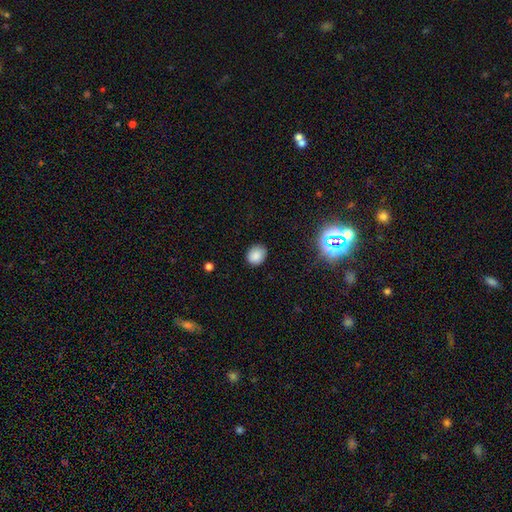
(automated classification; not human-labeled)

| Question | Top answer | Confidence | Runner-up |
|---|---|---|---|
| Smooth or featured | smooth | 84% | star or artifact (11%) |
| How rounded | round | 63% | in between (36%) |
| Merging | none | 85% | minor disturbance (11%) |